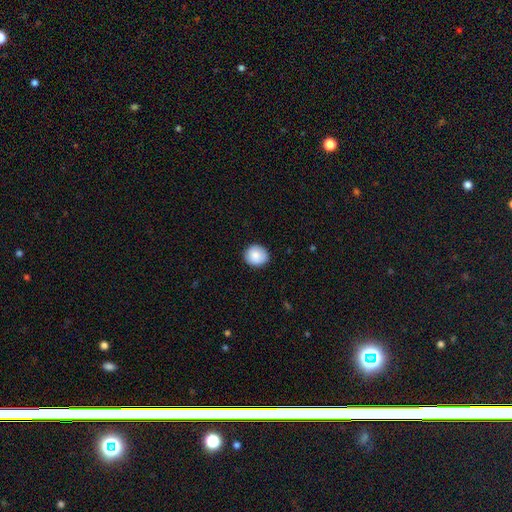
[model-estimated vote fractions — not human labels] This appears to be a smooth galaxy with no disk features (87%) that is round (86%). Merging: none (89%).